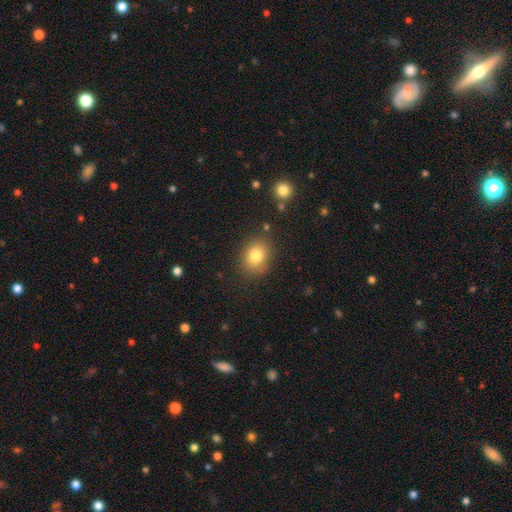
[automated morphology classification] Smooth or featured?
  - smooth: 81% *
  - star or artifact: 11%
  - featured or disk: 9%
How rounded?
  - round: 50% *
  - in between: 49%
  - cigar-shaped: 1%
Merging?
  - none: 83% *
  - minor disturbance: 11%
  - major disturbance: 3%
  - merger: 2%